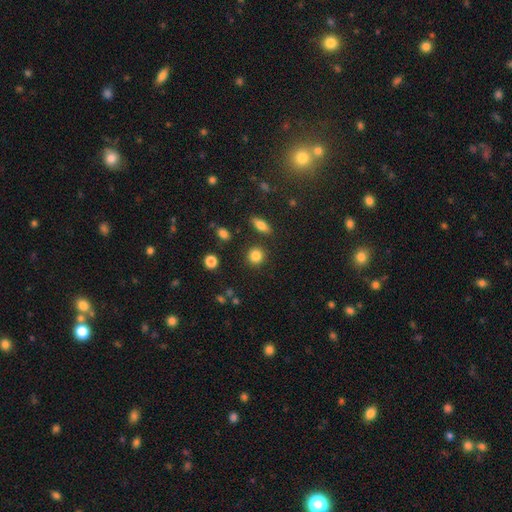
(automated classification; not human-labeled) This is clearly a smooth galaxy (84%). How rounded: clearly round (87%). Merging: clearly none (87%).